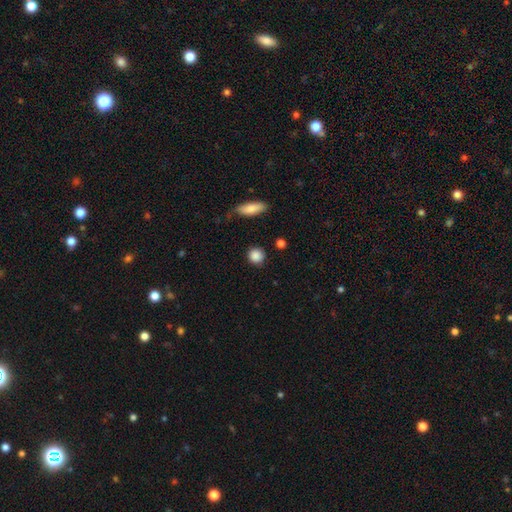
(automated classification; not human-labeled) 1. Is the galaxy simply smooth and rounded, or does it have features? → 87% smooth, 8% star or artifact, 4% featured or disk.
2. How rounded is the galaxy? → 88% round, 10% in between, 2% cigar-shaped.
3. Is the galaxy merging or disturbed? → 86% none, 9% minor disturbance, 3% major disturbance, 2% merger.